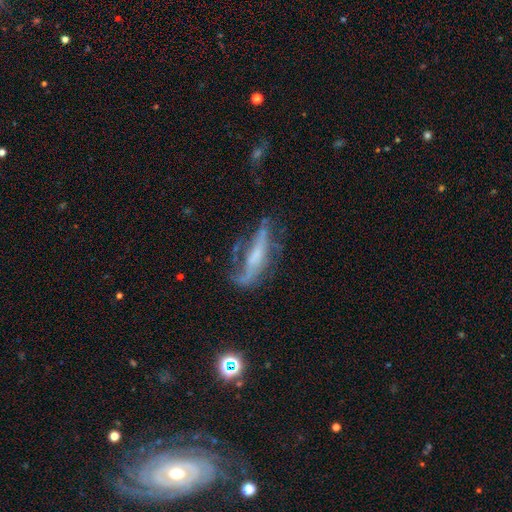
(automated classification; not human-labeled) Morphology: type=featured or disk (67%); edge-on=no (61%); merging=none (43%).